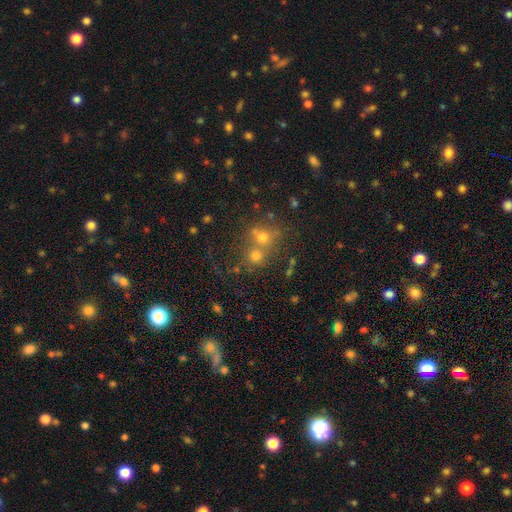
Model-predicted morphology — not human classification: Smooth or featured? Predicted: smooth (p=0.67). How rounded? Predicted: round (p=0.81). Merging? Predicted: merger (p=0.46).